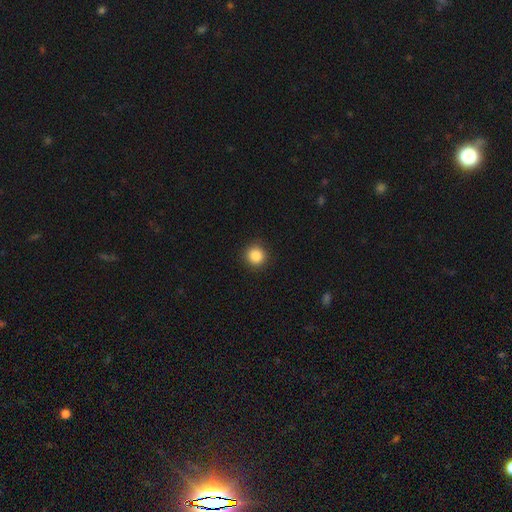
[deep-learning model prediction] Smooth or featured? smooth (87%)
How rounded? round (94%)
Merging? none (91%)